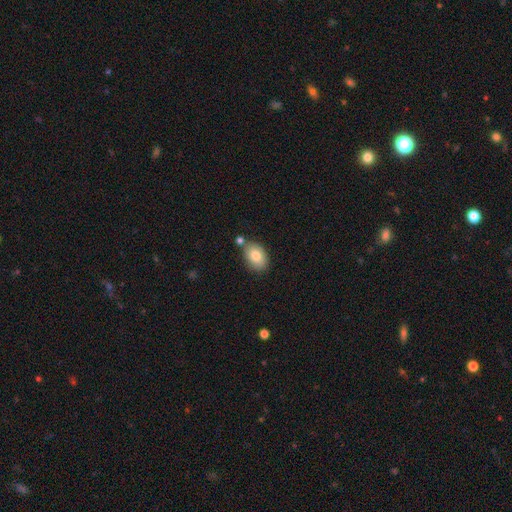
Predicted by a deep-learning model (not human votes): Smooth or featured? smooth (83%)
How rounded? in between (80%)
Merging? none (68%)